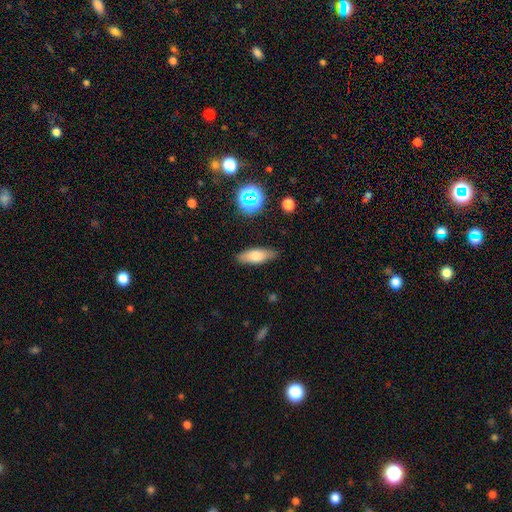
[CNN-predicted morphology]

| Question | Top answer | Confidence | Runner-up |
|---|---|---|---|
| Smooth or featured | smooth | 70% | featured or disk (21%) |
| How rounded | in between | 63% | cigar-shaped (34%) |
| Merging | none | 85% | minor disturbance (11%) |